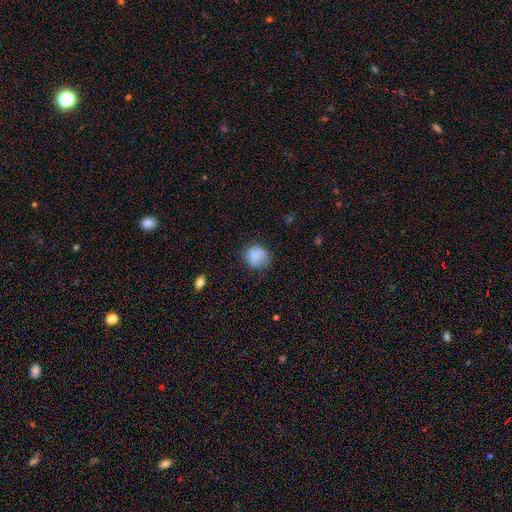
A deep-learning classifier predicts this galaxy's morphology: Smooth or featured? smooth (86%)
How rounded? round (81%)
Merging? none (73%)